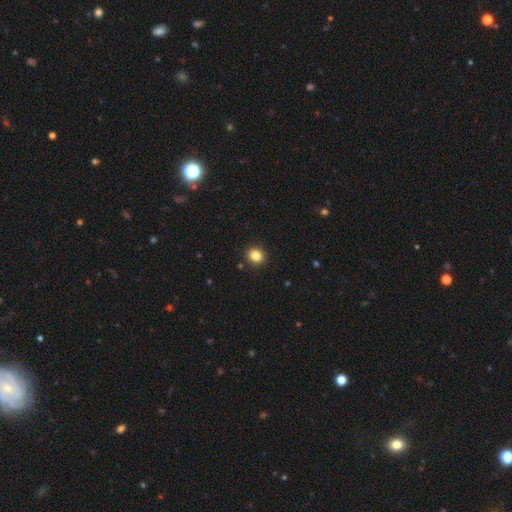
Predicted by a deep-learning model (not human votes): smooth_or_featured: smooth (p=0.84) [alt: star or artifact p=0.11]
how_rounded: round (p=0.87) [alt: in between p=0.12]
merging: none (p=0.92) [alt: minor disturbance p=0.05]